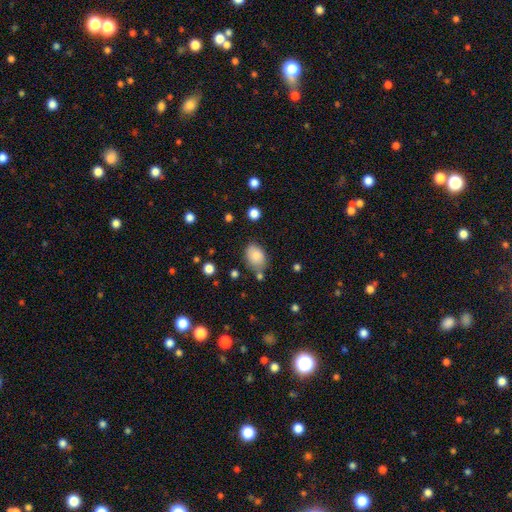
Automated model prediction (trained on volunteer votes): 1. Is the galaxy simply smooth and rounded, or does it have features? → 82% smooth, 9% featured or disk, 8% star or artifact.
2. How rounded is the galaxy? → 76% in between, 23% round, 1% cigar-shaped.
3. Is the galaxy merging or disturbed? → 68% none, 19% minor disturbance, 8% merger, 5% major disturbance.